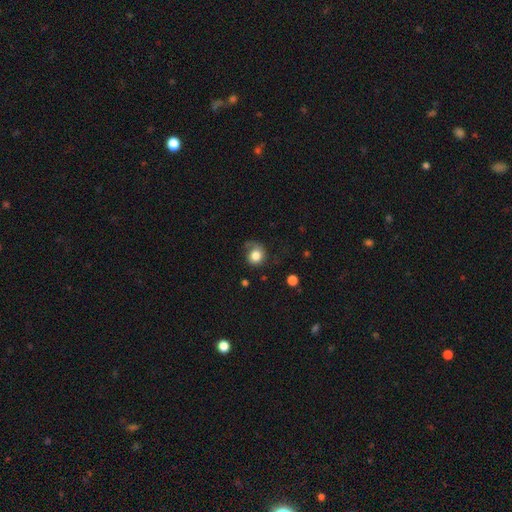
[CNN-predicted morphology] Smooth or featured? smooth (76%)
How rounded? round (80%)
Merging? none (52%)